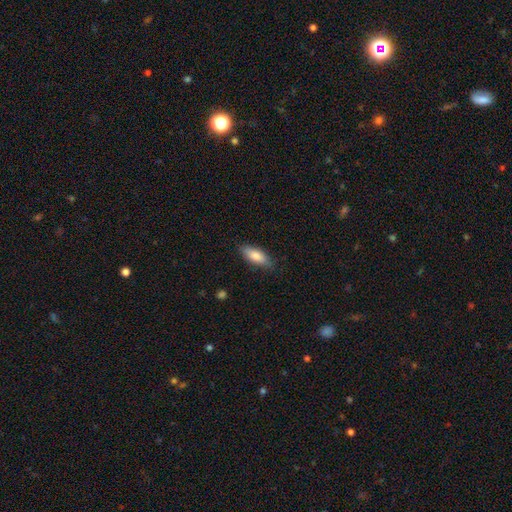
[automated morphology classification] Smooth or featured?
  - smooth: 81% *
  - featured or disk: 13%
  - star or artifact: 6%
How rounded?
  - in between: 72% *
  - cigar-shaped: 26%
  - round: 2%
Merging?
  - none: 83% *
  - minor disturbance: 13%
  - major disturbance: 3%
  - merger: 1%